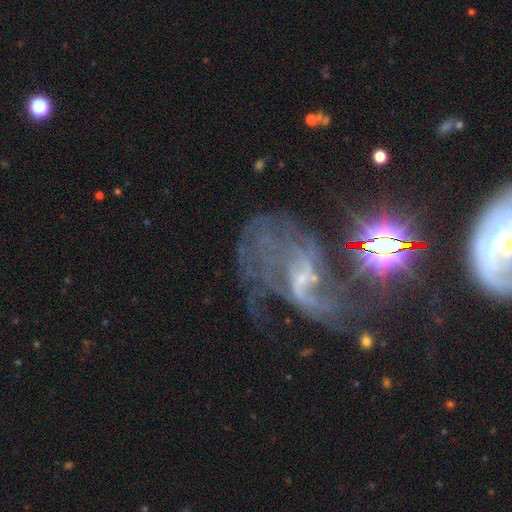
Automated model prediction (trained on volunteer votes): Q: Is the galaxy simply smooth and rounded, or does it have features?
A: featured or disk — 71%.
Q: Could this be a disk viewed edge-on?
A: no — 96%.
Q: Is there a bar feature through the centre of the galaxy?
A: weak — 43%.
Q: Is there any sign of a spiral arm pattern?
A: yes — 79%.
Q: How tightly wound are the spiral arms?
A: loose — 40%.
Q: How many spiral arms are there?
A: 2 — 35%.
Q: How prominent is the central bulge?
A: small — 55%.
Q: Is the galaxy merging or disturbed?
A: major disturbance — 38%.